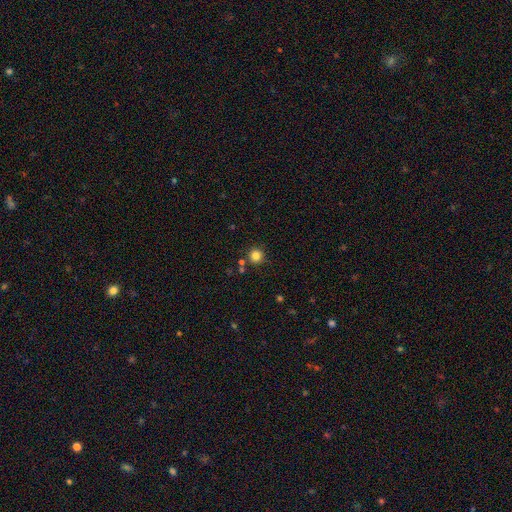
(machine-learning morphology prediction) Q: Smooth or featured?
A: smooth (83%); runner-up: star or artifact (12%)
Q: How rounded?
A: round (95%); runner-up: in between (4%)
Q: Merging?
A: none (84%); runner-up: minor disturbance (7%)